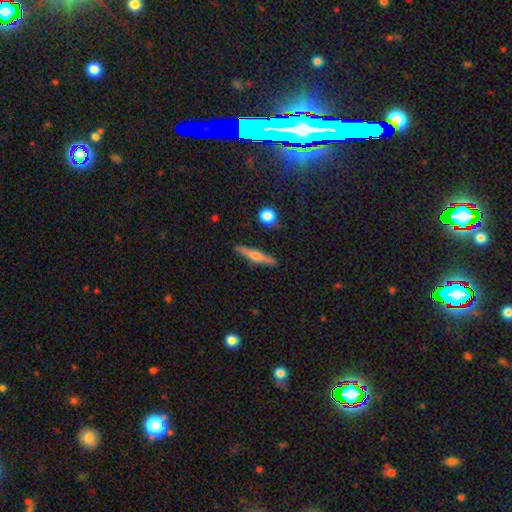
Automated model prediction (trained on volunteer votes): A featured or disk galaxy (54%) viewed edge-on (96%) with a rounded central bulge (87%).

Vote fractions:
- Smooth or featured? featured or disk: 54% / smooth: 40% / star or artifact: 6%
- Edge-on disk? yes: 96% / no: 4%
- Edge-on bulge? rounded: 87% / none: 7% / boxy: 5%
- Merging? none: 89% / minor disturbance: 8% / merger: 2% / major disturbance: 2%